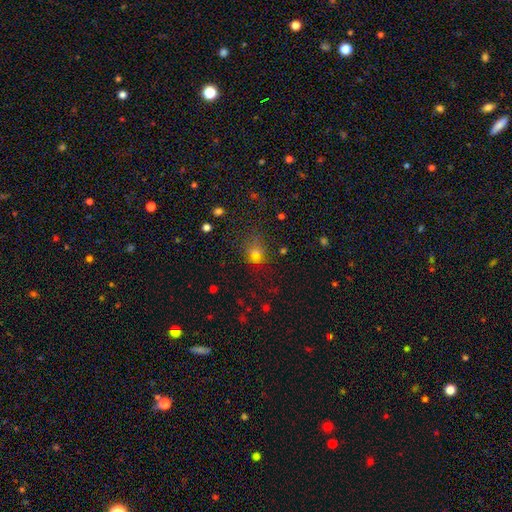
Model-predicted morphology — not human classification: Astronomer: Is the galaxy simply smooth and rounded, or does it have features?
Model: smooth — 63%.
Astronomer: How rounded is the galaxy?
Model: round — 60% (runner-up: in between, 38%).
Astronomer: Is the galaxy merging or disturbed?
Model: none — 60%.